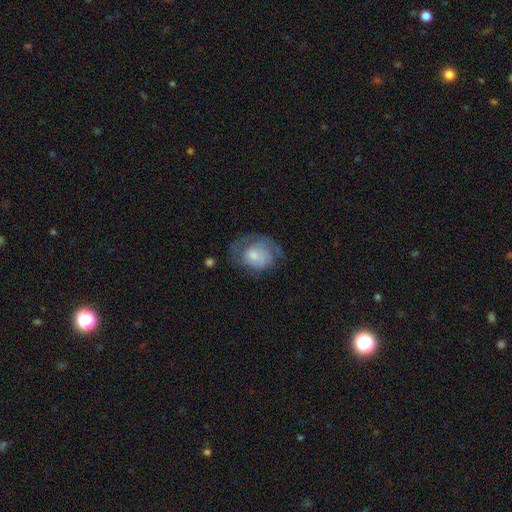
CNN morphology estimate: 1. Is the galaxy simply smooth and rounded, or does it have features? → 52% featured or disk, 41% smooth, 7% star or artifact.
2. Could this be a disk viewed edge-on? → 97% no, 3% yes.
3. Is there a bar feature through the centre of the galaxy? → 77% no, 20% weak, 3% strong.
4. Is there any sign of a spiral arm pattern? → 77% yes, 23% no.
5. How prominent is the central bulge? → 42% small, 36% moderate, 10% large, 9% none, 2% dominant.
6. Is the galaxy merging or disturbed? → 49% none, 26% minor disturbance, 23% major disturbance, 2% merger.